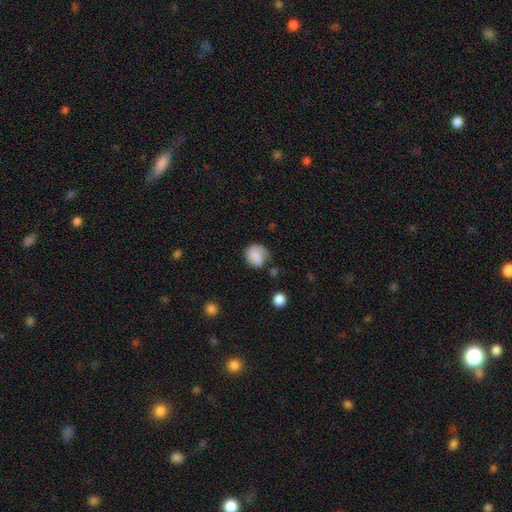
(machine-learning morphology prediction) smooth 67%, featured or disk 25%, star or artifact 8%. Down the decision tree: how rounded — round (61%); merging — none (42%).